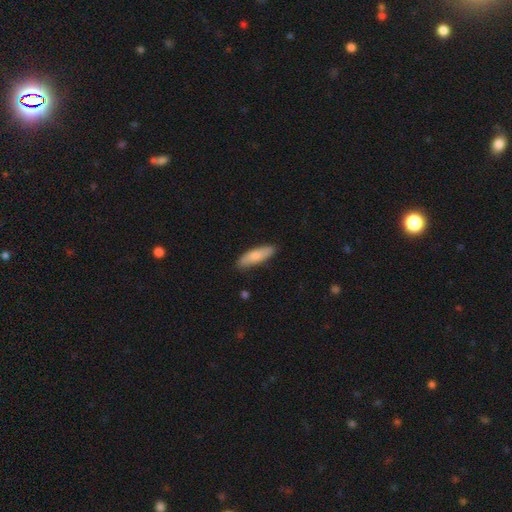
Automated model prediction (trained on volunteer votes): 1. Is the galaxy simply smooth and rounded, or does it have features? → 78% smooth, 17% featured or disk, 5% star or artifact.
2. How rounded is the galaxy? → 51% cigar-shaped, 47% in between, 2% round.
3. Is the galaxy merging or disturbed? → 85% none, 12% minor disturbance, 2% major disturbance, 1% merger.